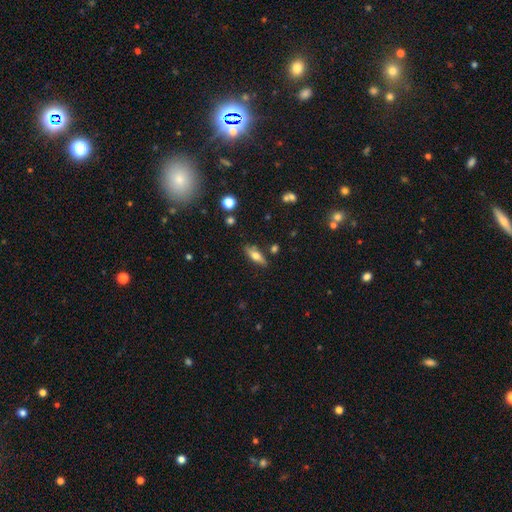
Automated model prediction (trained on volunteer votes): Smooth or featured?
  - smooth: 55% *
  - featured or disk: 37%
  - star or artifact: 8%
How rounded?
  - in between: 55% *
  - cigar-shaped: 42%
  - round: 3%
Merging?
  - none: 81% *
  - minor disturbance: 13%
  - merger: 4%
  - major disturbance: 3%